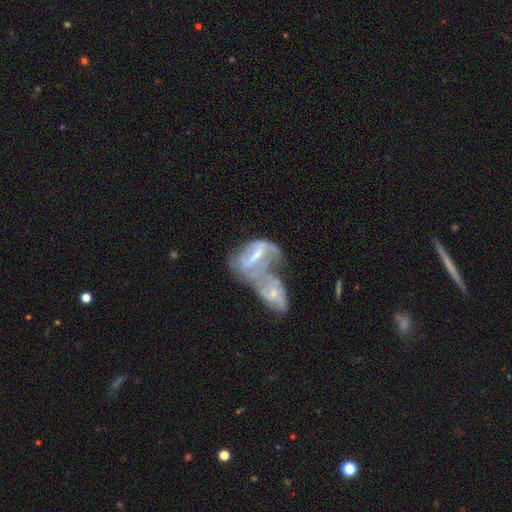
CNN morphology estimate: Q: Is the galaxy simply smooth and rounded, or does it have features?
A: featured or disk — 76%.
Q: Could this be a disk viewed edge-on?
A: no — 94%.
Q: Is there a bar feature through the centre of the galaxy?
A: weak — 40%, tied with strong.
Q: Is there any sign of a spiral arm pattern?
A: yes — 69%.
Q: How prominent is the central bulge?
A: small — 52%.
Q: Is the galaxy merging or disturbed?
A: merger — 77%.